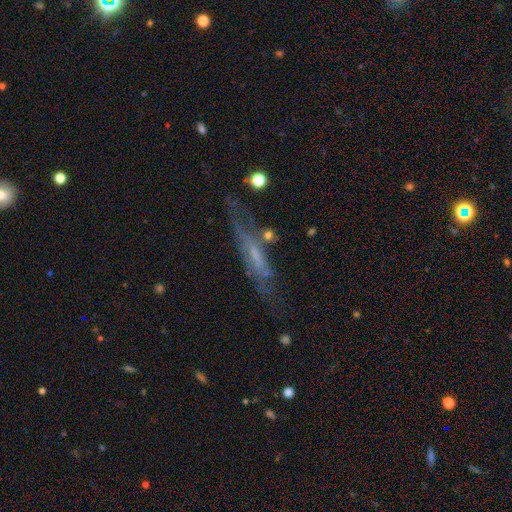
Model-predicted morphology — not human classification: type=featured or disk (63%); edge-on=yes (56%); merging=none (58%).